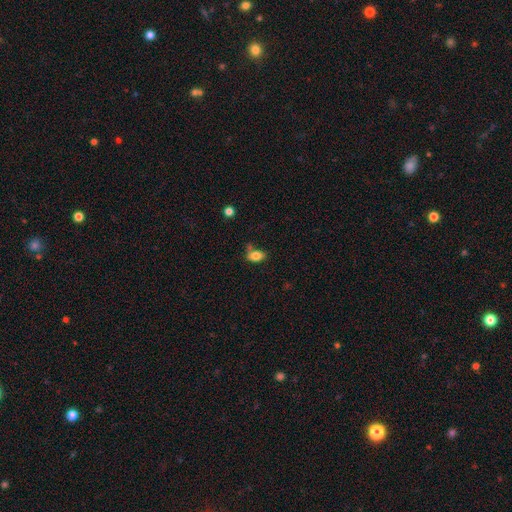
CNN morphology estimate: A smooth galaxy with no disk features (82%) that is in between round and cigar-shaped (87%). Merging: none (56%).